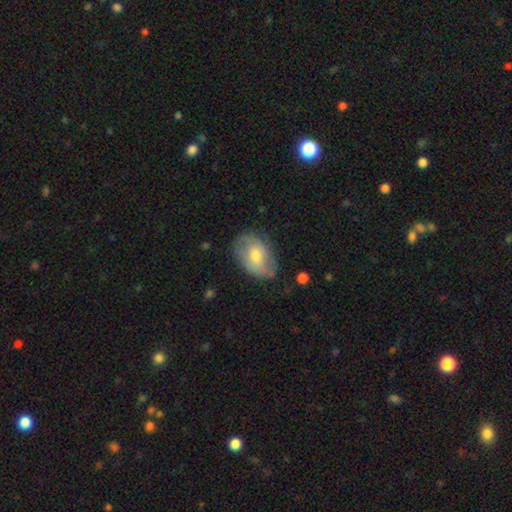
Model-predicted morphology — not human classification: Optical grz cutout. It shows a smooth galaxy with no disk features (52%) that is in between round and cigar-shaped (83%). Merging: none (68%).